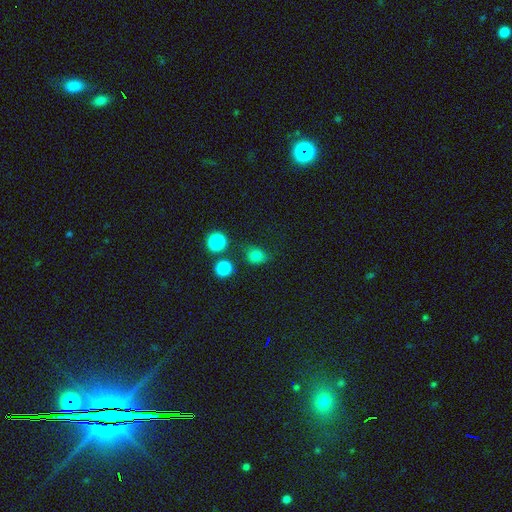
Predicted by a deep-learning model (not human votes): A smooth galaxy with no disk features (78%) that is round (63%).

Vote fractions:
- Smooth or featured? smooth: 78% / star or artifact: 16% / featured or disk: 6%
- How rounded? round: 63% / in between: 36% / cigar-shaped: 1%
- Merging? none: 68% / minor disturbance: 20% / major disturbance: 6% / merger: 6%